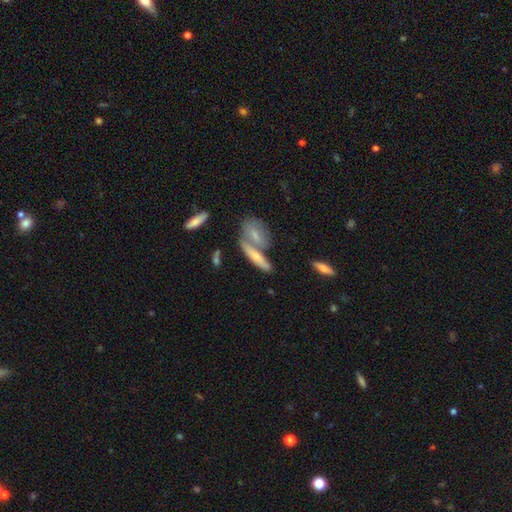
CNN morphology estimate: Smooth or featured?
  - smooth: 57% *
  - featured or disk: 36%
  - star or artifact: 8%
How rounded?
  - cigar-shaped: 70% *
  - in between: 26%
  - round: 4%
Merging?
  - none: 51% *
  - merger: 35%
  - minor disturbance: 11%
  - major disturbance: 4%